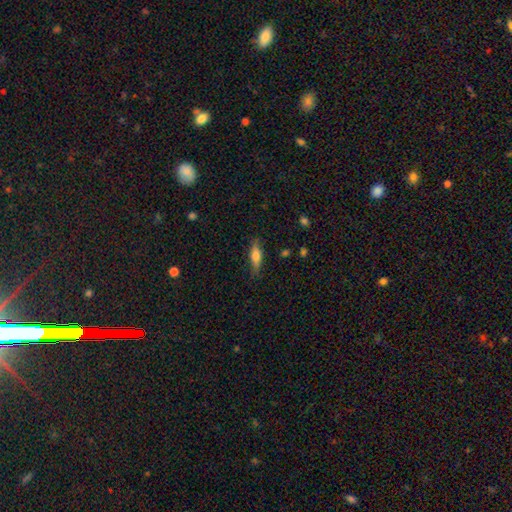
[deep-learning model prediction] A smooth galaxy with no disk features (62%) that is cigar-shaped (55%). Merging: none (79%).